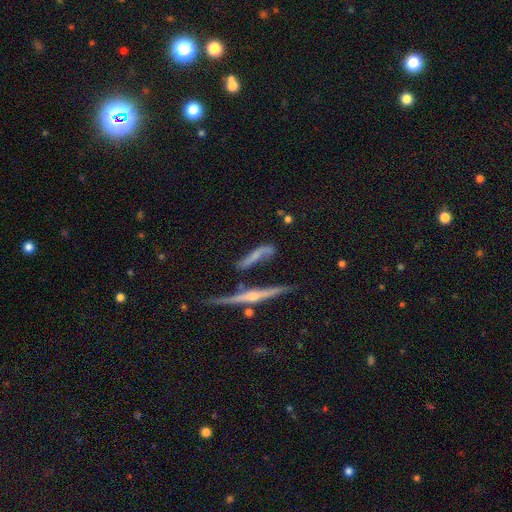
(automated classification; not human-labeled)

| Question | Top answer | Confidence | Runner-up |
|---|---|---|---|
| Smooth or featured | featured or disk | 65% | smooth (25%) |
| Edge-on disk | yes | 69% | no (31%) |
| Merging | none | 49% | minor disturbance (22%) |